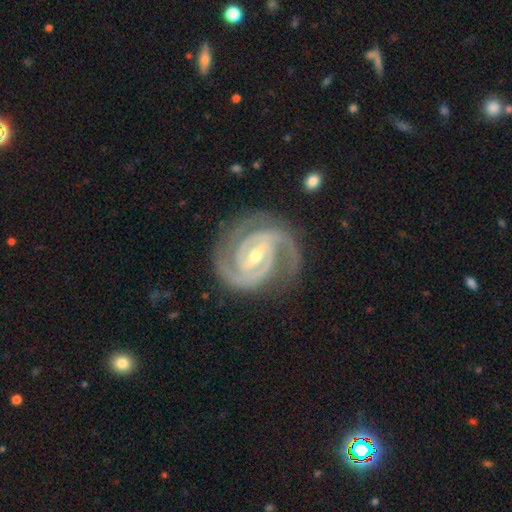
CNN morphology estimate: A featured or disk galaxy (94%) with a strong bar (47%), 2 (71%) tight (70%) spiral arms (99%) and a moderate central bulge (49%).

Vote fractions:
- Smooth or featured? featured or disk: 94% / star or artifact: 4% / smooth: 3%
- Edge-on disk? no: 97% / yes: 3%
- Bar? strong: 47% / weak: 40% / no: 12%
- Spiral arms? yes: 99% / no: 1%
- Spiral winding? tight: 70% / medium: 27% / loose: 3%
- Spiral arm count? 2: 71% / 3: 18% / can't tell: 4% / 4: 3% / 1: 2% / more than 4: 2%
- Bulge size? moderate: 49% / small: 48% / large: 1% / none: 1% / dominant: 1%
- Merging? none: 79% / minor disturbance: 15% / major disturbance: 5% / merger: 1%